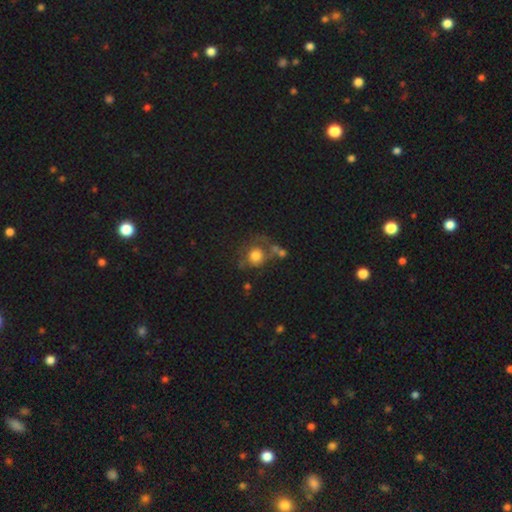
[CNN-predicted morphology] smooth 73%, featured or disk 17%, star or artifact 11%. Down the decision tree: how rounded — round (85%); merging — none (46%).